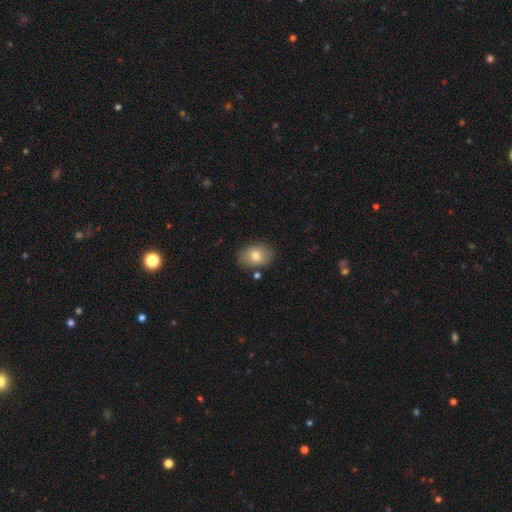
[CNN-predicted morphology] Smooth or featured? Predicted: smooth (p=0.78). How rounded? Predicted: in between (p=0.72). Merging? Predicted: none (p=0.81).